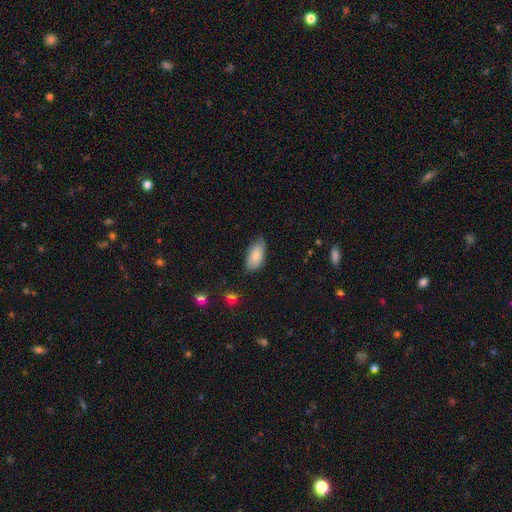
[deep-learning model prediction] A smooth galaxy with no disk features (82%) that is in between round and cigar-shaped (93%). Merging: none (68%).